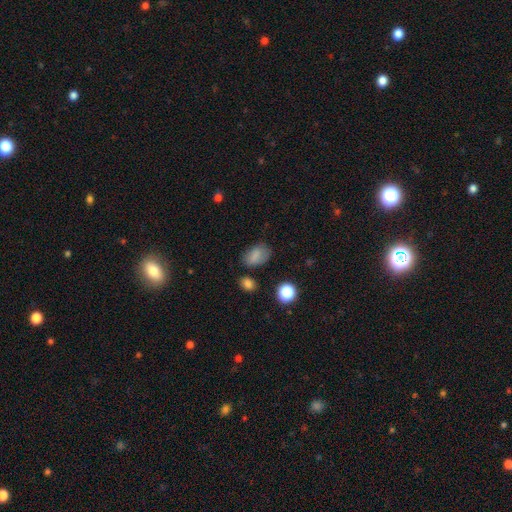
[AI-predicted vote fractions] Morphology: type=smooth (80%); roundness=in between (84%); merging=none (69%).